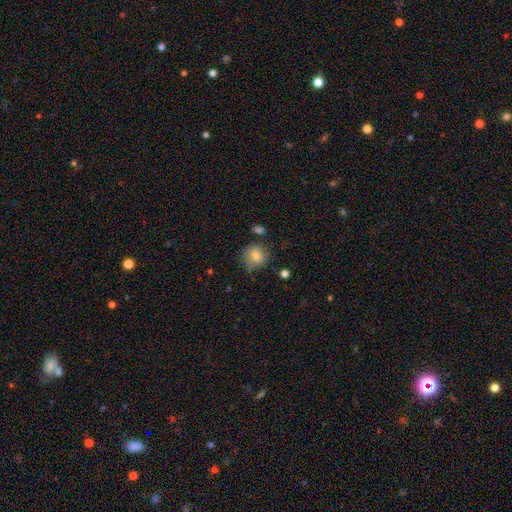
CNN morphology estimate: A smooth galaxy with no disk features (78%) that is round (82%).

Vote fractions:
- Smooth or featured? smooth: 78% / featured or disk: 12% / star or artifact: 10%
- How rounded? round: 82% / in between: 17% / cigar-shaped: 1%
- Merging? none: 67% / minor disturbance: 22% / major disturbance: 6% / merger: 5%